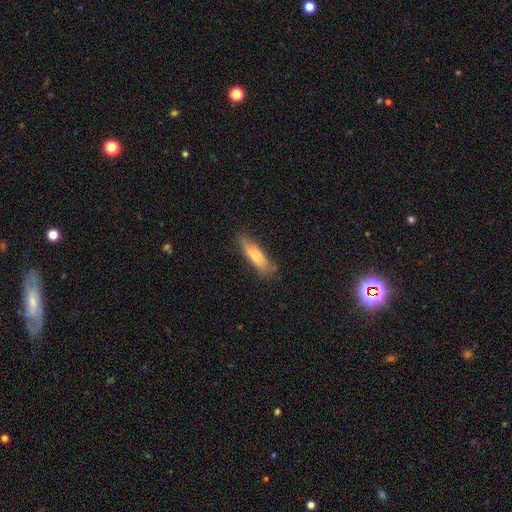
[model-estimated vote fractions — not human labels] Smooth or featured?
  - smooth: 70% *
  - featured or disk: 23%
  - star or artifact: 7%
How rounded?
  - cigar-shaped: 62% *
  - in between: 36%
  - round: 2%
Merging?
  - none: 71% *
  - minor disturbance: 21%
  - major disturbance: 5%
  - merger: 2%